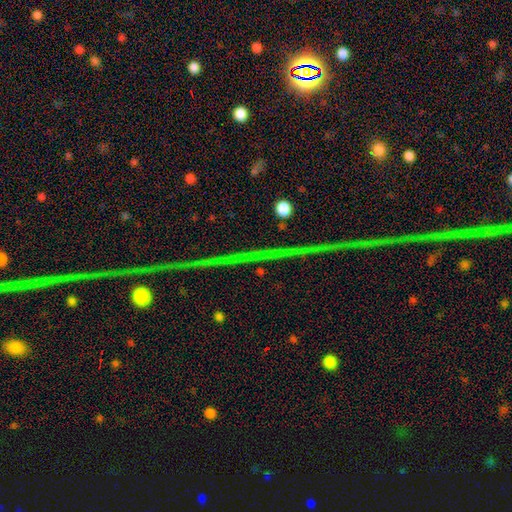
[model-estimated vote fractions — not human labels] star or artifact 83%, featured or disk 10%, smooth 7%.